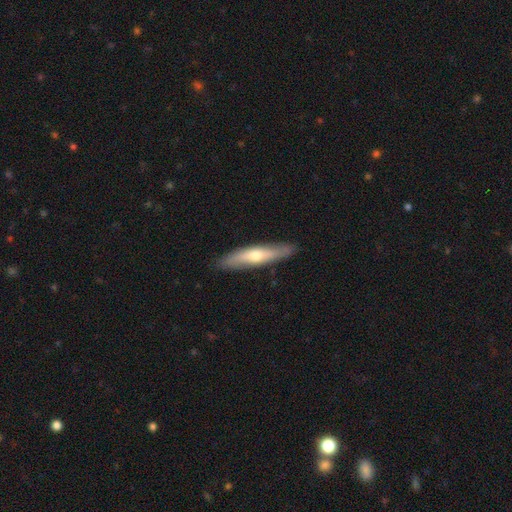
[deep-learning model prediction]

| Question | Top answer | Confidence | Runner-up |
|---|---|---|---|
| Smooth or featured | featured or disk | 49% | smooth (45%) |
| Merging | none | 86% | minor disturbance (11%) |